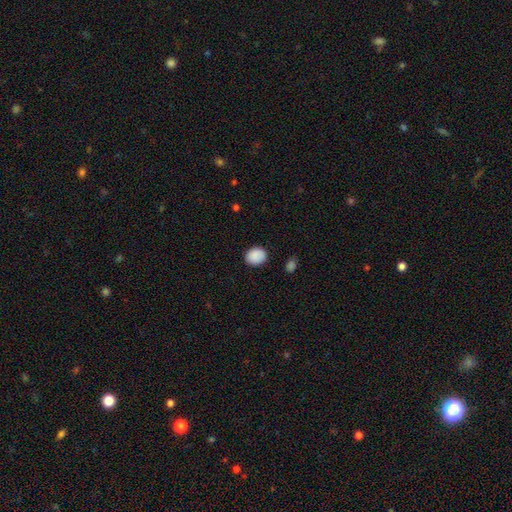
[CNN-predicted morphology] Smooth or featured? smooth (90%)
How rounded? round (62%)
Merging? none (87%)